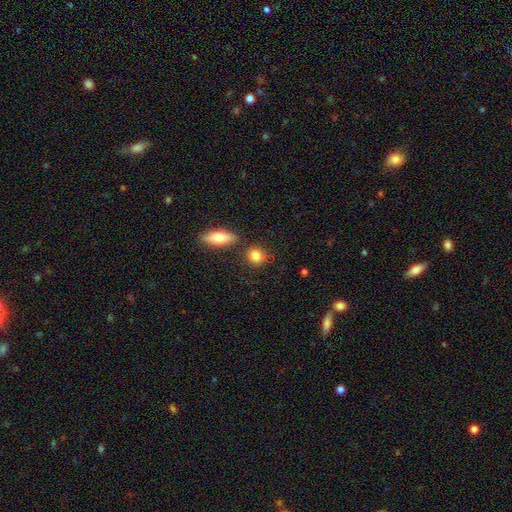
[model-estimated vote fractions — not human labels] A smooth galaxy with no disk features (83%) that is round (69%). Merging: none (75%).